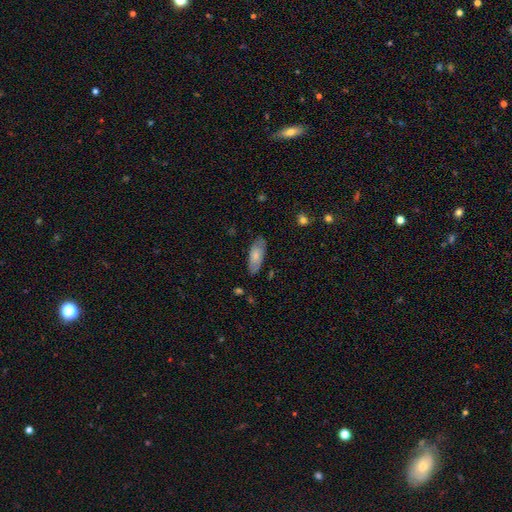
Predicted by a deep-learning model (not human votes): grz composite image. It shows a smooth galaxy with no disk features (71%) that is in between round and cigar-shaped (81%). Merging: none (82%).